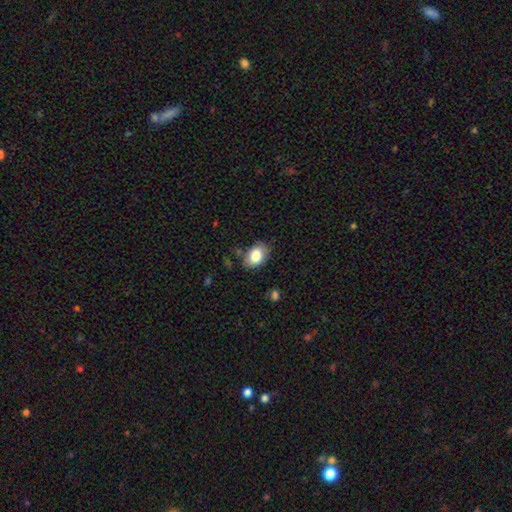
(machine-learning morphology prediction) Smooth or featured? Predicted: smooth (p=0.81). How rounded? Predicted: in between (p=0.79). Merging? Predicted: none (p=0.74).